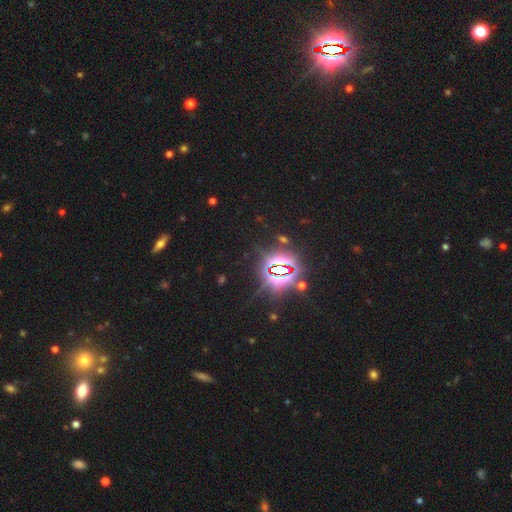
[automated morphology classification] A star or artifact, not a galaxy (85%).